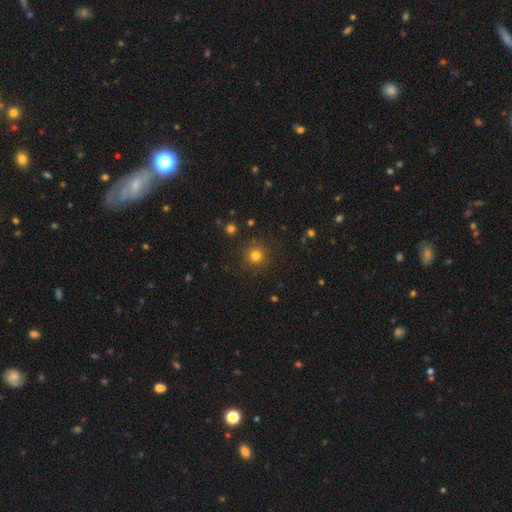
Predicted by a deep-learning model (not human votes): A smooth galaxy with no disk features (79%) that is round (95%). Merging: none (89%).